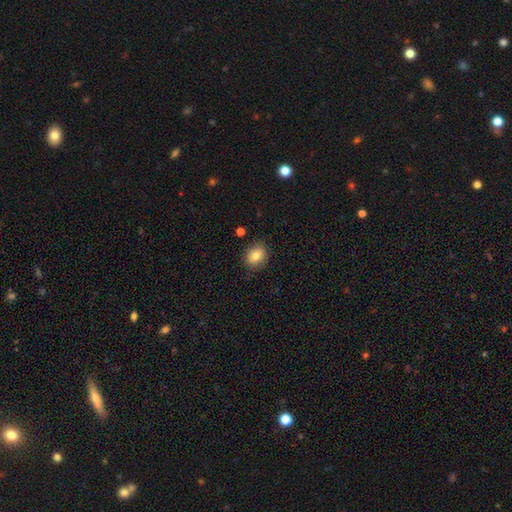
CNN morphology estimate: smooth 80%, featured or disk 10%, star or artifact 10%. Down the decision tree: how rounded — in between (50%); merging — none (84%).